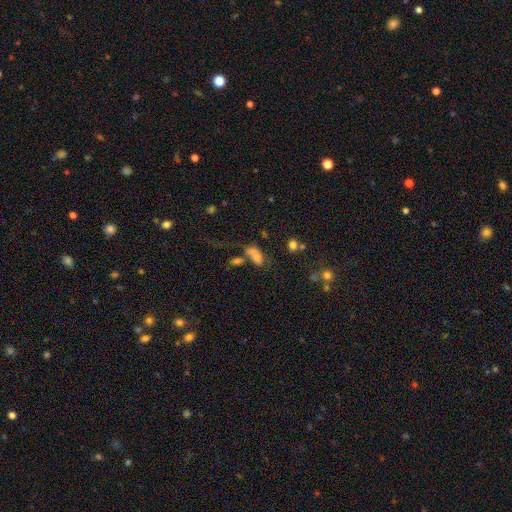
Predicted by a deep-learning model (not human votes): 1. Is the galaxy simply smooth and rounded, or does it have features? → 67% smooth, 19% featured or disk, 15% star or artifact.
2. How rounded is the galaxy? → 84% in between, 10% round, 6% cigar-shaped.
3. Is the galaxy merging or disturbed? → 43% merger, 28% none, 15% major disturbance, 14% minor disturbance.